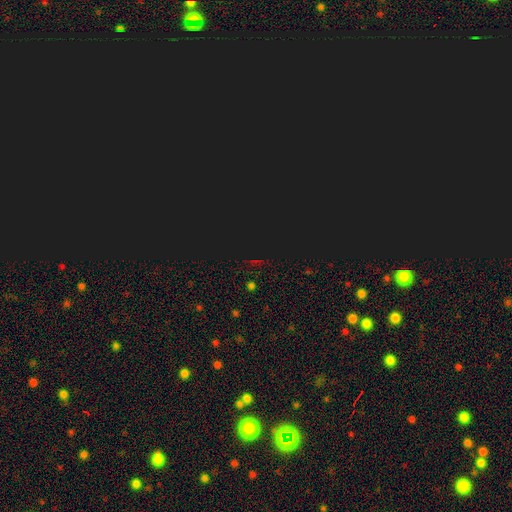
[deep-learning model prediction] Smooth or featured: star or artifact — 78% (smooth — 14%)